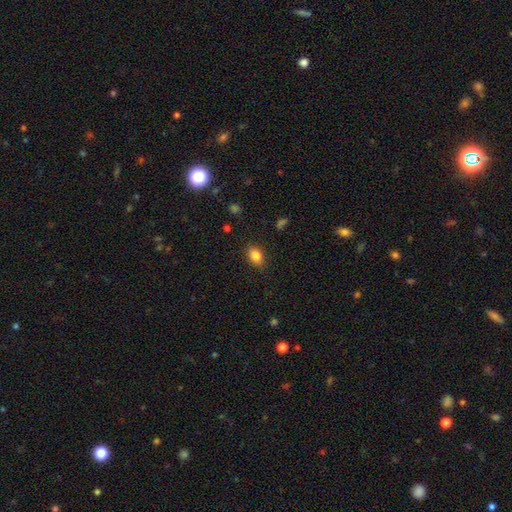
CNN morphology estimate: Smooth or featured: smooth — 83% (star or artifact — 9%)
How rounded: in between — 78% (round — 19%)
Merging: none — 83% (minor disturbance — 13%)